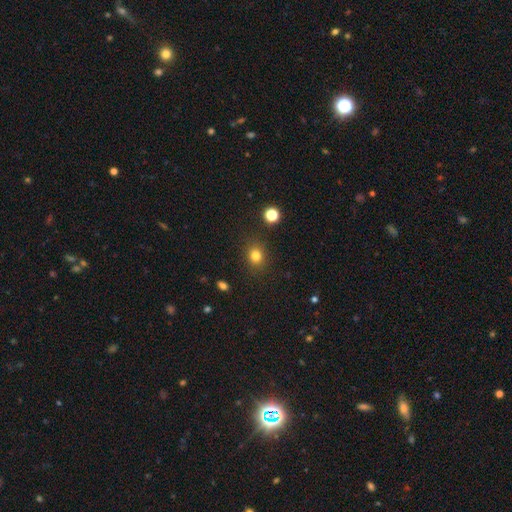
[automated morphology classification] This appears to be a smooth galaxy with no disk features (81%) that is round (73%). Merging: none (86%).